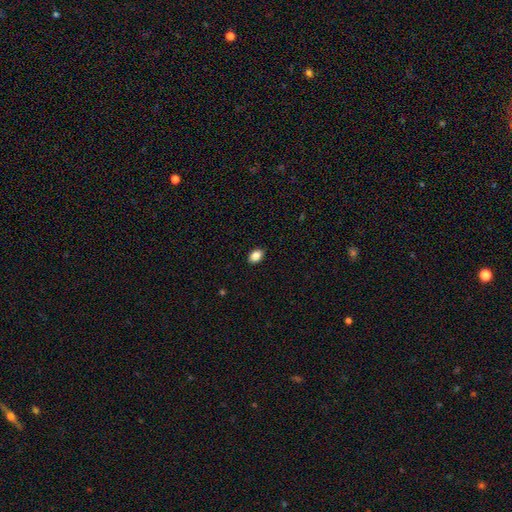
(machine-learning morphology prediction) Smooth or featured? Predicted: smooth (p=0.87). How rounded? Predicted: in between (p=0.82). Merging? Predicted: none (p=0.89).